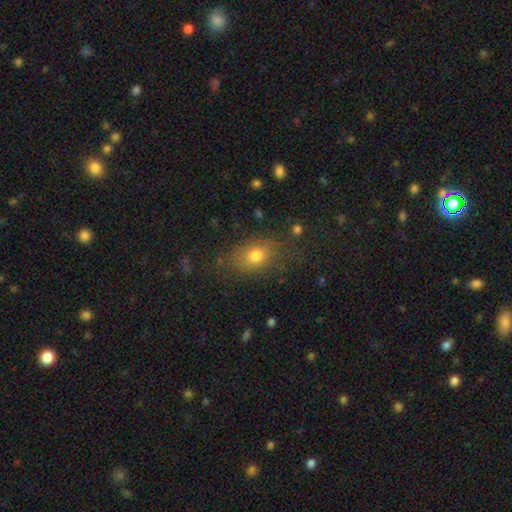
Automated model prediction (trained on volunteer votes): A smooth galaxy with no disk features (74%) that is in between round and cigar-shaped (74%). Merging: none (75%).